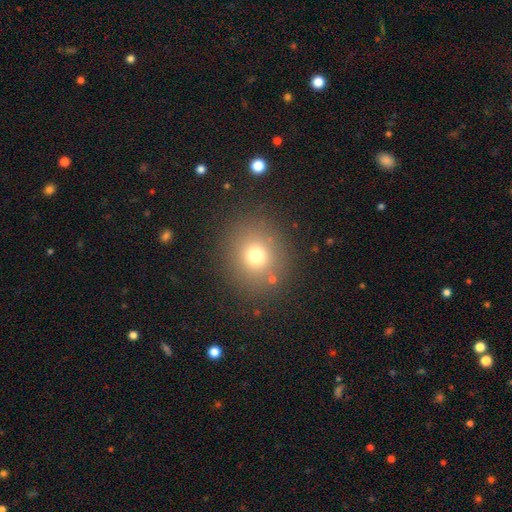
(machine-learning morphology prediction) A smooth galaxy with no disk features (71%) that is round (85%).

Vote fractions:
- Smooth or featured? smooth: 71% / star or artifact: 18% / featured or disk: 10%
- How rounded? round: 85% / in between: 14% / cigar-shaped: 1%
- Merging? none: 86% / minor disturbance: 8% / major disturbance: 4% / merger: 2%